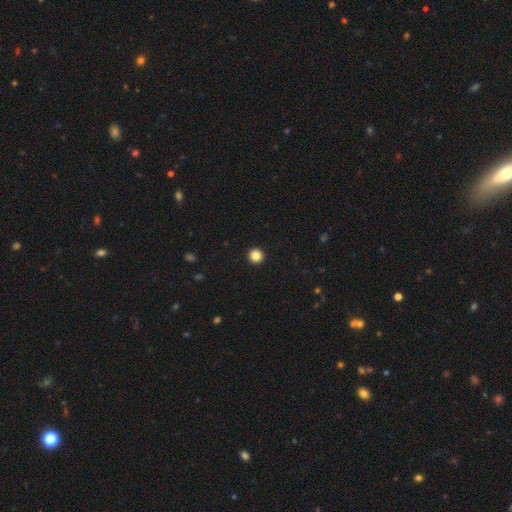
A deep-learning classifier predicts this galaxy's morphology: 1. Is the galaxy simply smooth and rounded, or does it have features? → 85% smooth, 11% star or artifact, 4% featured or disk.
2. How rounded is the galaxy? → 97% round, 2% in between, 1% cigar-shaped.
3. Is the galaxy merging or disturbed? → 95% none, 3% minor disturbance, 1% major disturbance, 1% merger.